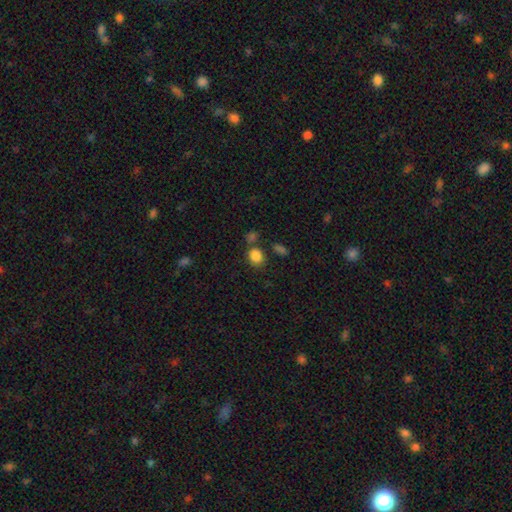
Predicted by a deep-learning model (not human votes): A smooth galaxy with no disk features (84%) that is round (55%).

Vote fractions:
- Smooth or featured? smooth: 84% / star or artifact: 11% / featured or disk: 5%
- How rounded? round: 55% / in between: 44% / cigar-shaped: 1%
- Merging? none: 68% / merger: 15% / minor disturbance: 12% / major disturbance: 5%